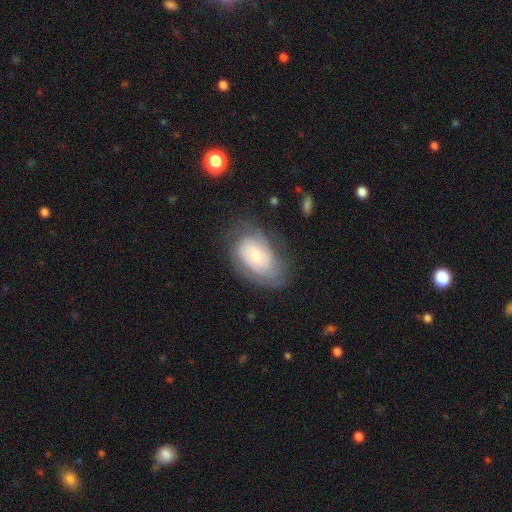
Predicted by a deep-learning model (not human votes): Q: Smooth or featured?
A: featured or disk (59%); runner-up: smooth (33%)
Q: Edge-on disk?
A: no (95%); runner-up: yes (5%)
Q: Bar?
A: no (73%); runner-up: weak (23%)
Q: Spiral arms?
A: yes (82%); runner-up: no (18%)
Q: Bulge size?
A: small (54%); runner-up: moderate (36%)
Q: Merging?
A: none (65%); runner-up: minor disturbance (22%)